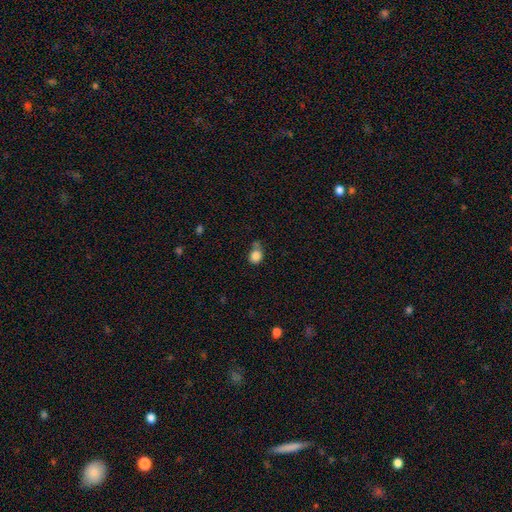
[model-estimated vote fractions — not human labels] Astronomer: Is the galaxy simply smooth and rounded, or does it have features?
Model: smooth — 84%.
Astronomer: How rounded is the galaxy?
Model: round — 58% (runner-up: in between, 41%).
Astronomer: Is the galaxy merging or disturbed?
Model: none — 48% (runner-up: minor disturbance, 27%).